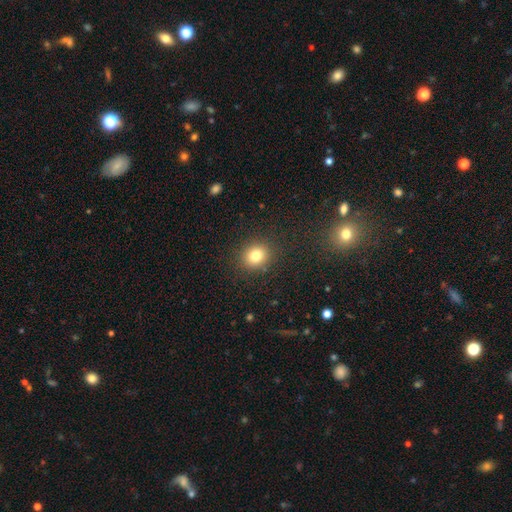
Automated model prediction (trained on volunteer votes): Q: Smooth or featured?
A: smooth (81%); runner-up: star or artifact (12%)
Q: How rounded?
A: round (76%); runner-up: in between (23%)
Q: Merging?
A: none (89%); runner-up: minor disturbance (7%)